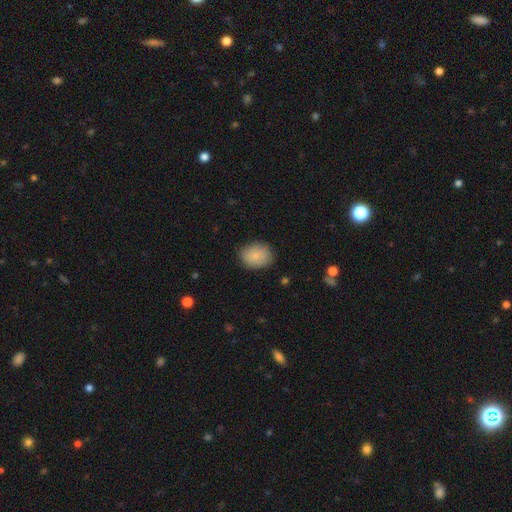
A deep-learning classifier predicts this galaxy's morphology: smooth 86%, star or artifact 7%, featured or disk 7%. Down the decision tree: how rounded — in between (60%); merging — none (85%).